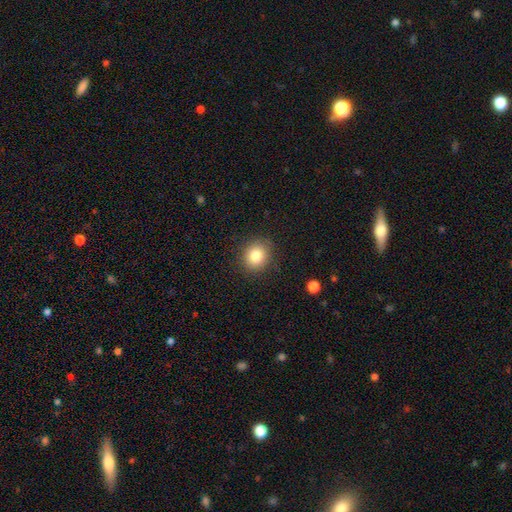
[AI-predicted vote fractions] Morphology: type=smooth (83%); roundness=round (73%); merging=none (88%).